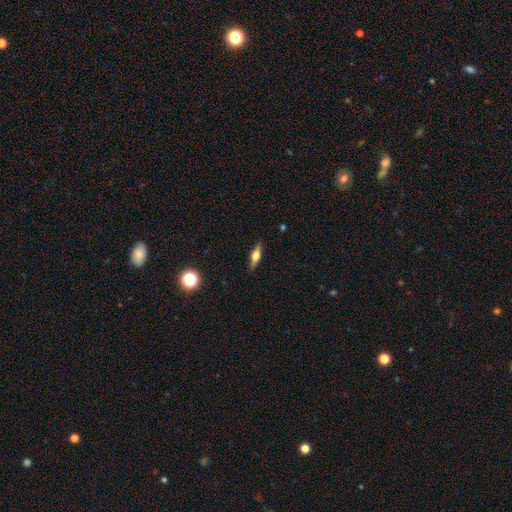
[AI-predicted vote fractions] Smooth or featured: featured or disk — 53% (smooth — 39%)
Edge-on disk: yes — 94% (no — 6%)
Merging: none — 89% (minor disturbance — 8%)